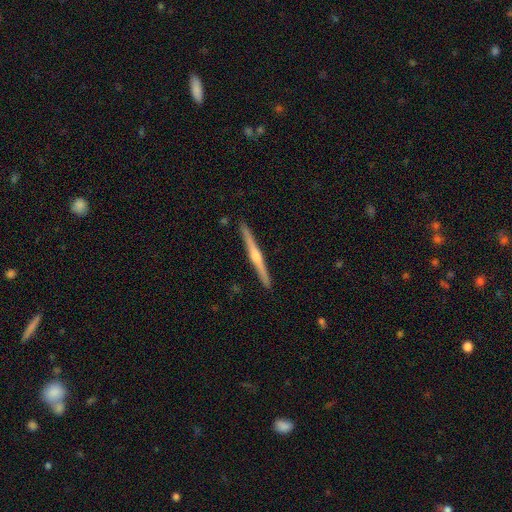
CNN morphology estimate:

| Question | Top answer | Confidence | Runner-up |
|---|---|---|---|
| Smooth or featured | featured or disk | 77% | smooth (18%) |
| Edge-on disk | yes | 99% | no (1%) |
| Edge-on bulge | rounded | 88% | none (6%) |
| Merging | none | 92% | minor disturbance (5%) |